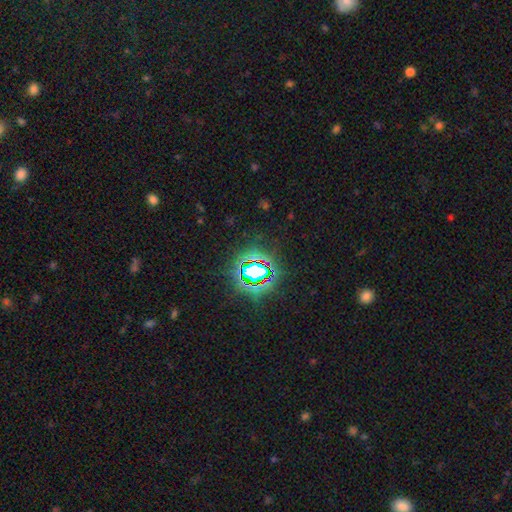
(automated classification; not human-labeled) This is likely a star or artifact rather than a galaxy (79%).